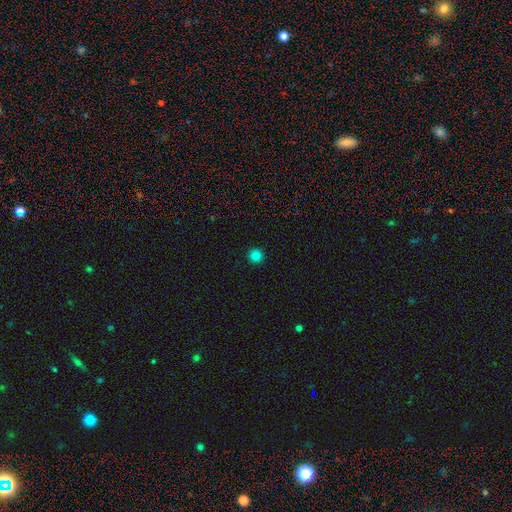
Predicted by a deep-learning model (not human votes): smooth_or_featured: smooth (p=0.83) [alt: star or artifact p=0.13]
how_rounded: round (p=0.96) [alt: in between p=0.03]
merging: none (p=0.94) [alt: minor disturbance p=0.04]